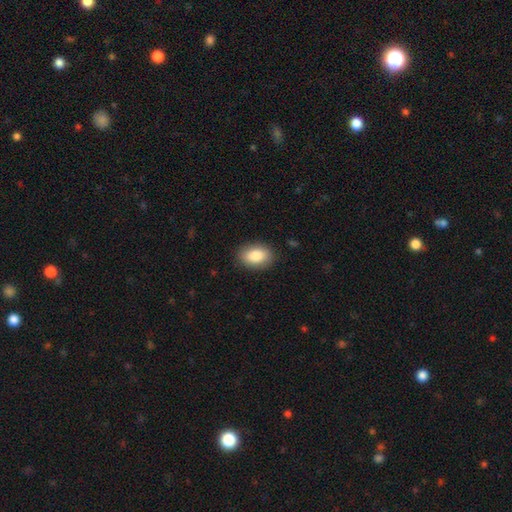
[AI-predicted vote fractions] Smooth or featured? Predicted: smooth (p=0.85). How rounded? Predicted: in between (p=0.86). Merging? Predicted: none (p=0.87).